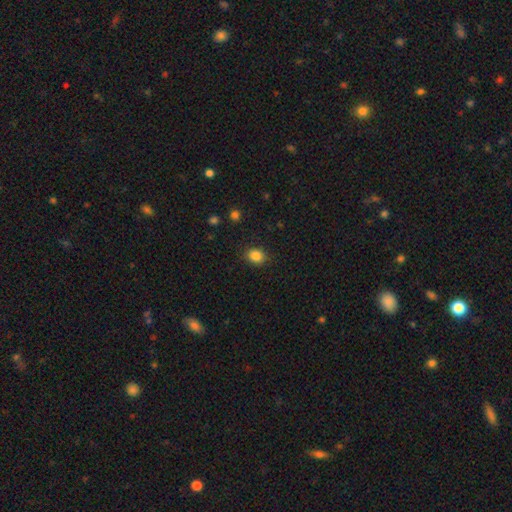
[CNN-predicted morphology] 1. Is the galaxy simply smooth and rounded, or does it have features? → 85% smooth, 10% star or artifact, 5% featured or disk.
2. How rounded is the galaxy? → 54% round, 45% in between, 1% cigar-shaped.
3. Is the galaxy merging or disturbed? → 87% none, 9% minor disturbance, 3% major disturbance, 1% merger.